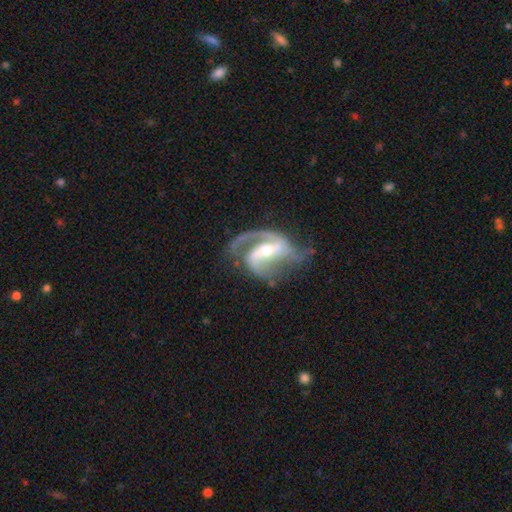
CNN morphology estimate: Overall: featured or disk (90%). Edge-on disk: no (97%). Bar: strong (47%; weak 37%). Spiral arms: yes (97%). Spiral arm count: 2 (81%). Spiral winding: medium (53%; loose 34%). Bulge size: moderate (60%; small 35%). Merging: none (53%; major disturbance 22%).